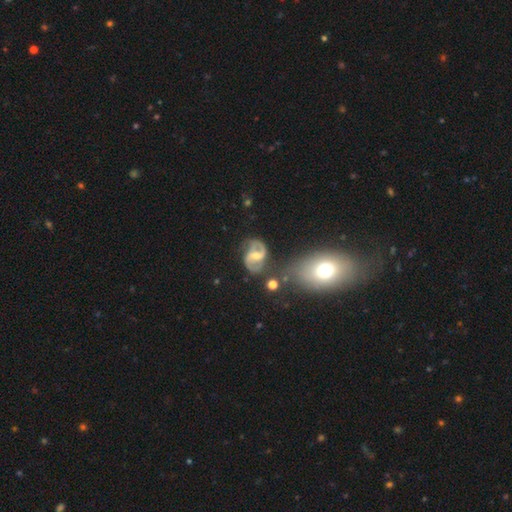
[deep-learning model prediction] Q: Smooth or featured?
A: featured or disk (87%); runner-up: smooth (8%)
Q: Edge-on disk?
A: no (98%); runner-up: yes (2%)
Q: Bar?
A: weak (46%); runner-up: strong (30%)
Q: Spiral arms?
A: yes (95%); runner-up: no (5%)
Q: Spiral winding?
A: medium (55%); runner-up: loose (29%)
Q: Spiral arm count?
A: 2 (92%); runner-up: can't tell (3%)
Q: Bulge size?
A: moderate (57%); runner-up: small (36%)
Q: Merging?
A: none (67%); runner-up: minor disturbance (17%)